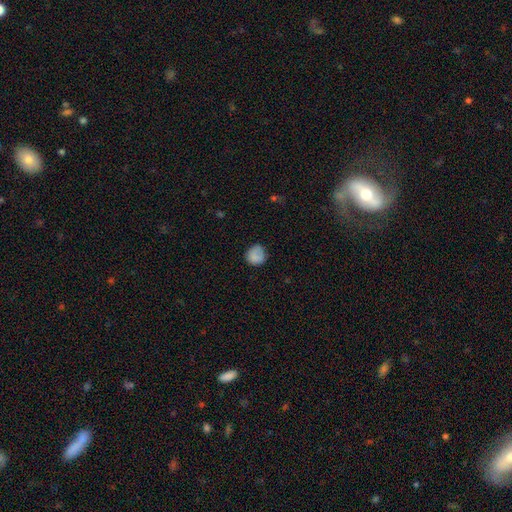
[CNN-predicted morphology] Smooth or featured? smooth (83%)
How rounded? round (84%)
Merging? none (73%)